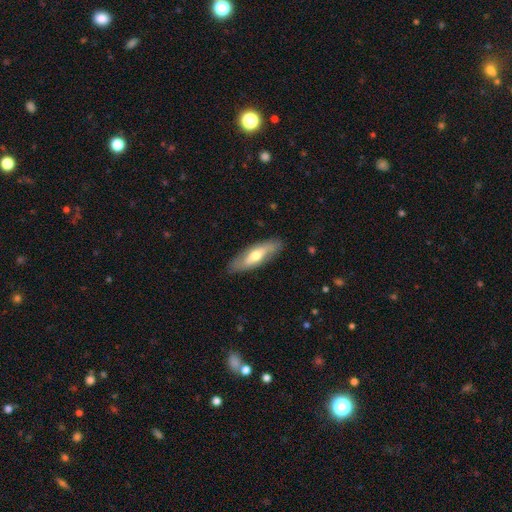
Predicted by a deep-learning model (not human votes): smooth 49%, featured or disk 46%, star or artifact 5%. Down the decision tree: merging — none (83%).